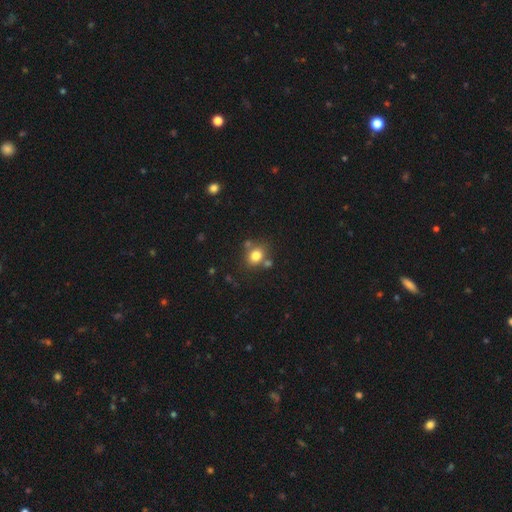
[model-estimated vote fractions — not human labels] Smooth or featured? smooth (79%)
How rounded? round (63%)
Merging? none (68%)